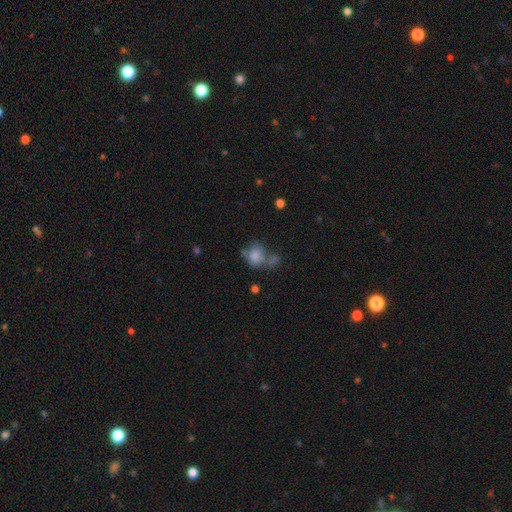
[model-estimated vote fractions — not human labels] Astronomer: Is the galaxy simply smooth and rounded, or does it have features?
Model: smooth — 76%.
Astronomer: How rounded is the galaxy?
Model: round — 57% (runner-up: in between, 42%).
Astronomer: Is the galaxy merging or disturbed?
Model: none — 36% (runner-up: merger, 32%).